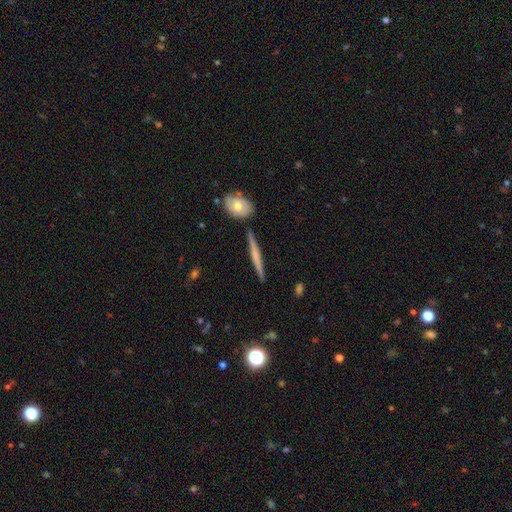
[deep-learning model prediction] The model was most divided on "smooth or featured": featured or disk: 52%, smooth: 42%, star or artifact: 6%. More confident: edge-on disk — yes (96%); merging — none (88%).